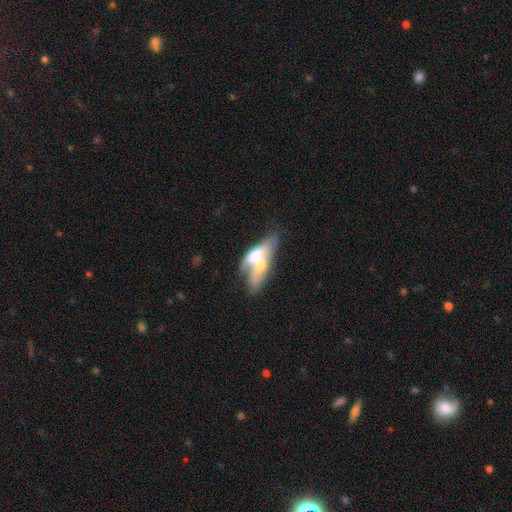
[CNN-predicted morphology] The model was most divided on "smooth or featured": smooth: 51%, featured or disk: 43%, star or artifact: 6%. More confident: merging — merger (65%); how rounded — in between (60%).